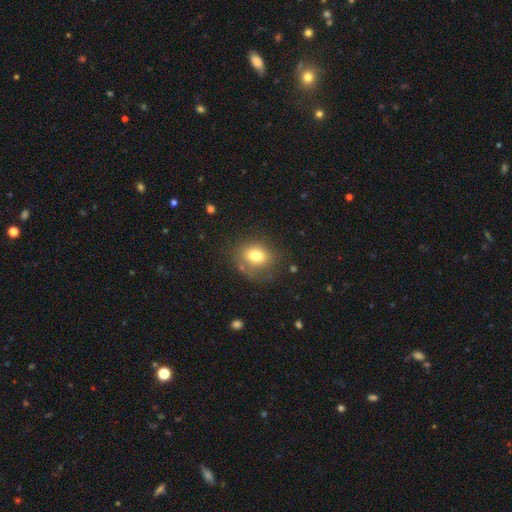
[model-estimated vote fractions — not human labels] Q: Smooth or featured?
A: smooth (74%); runner-up: featured or disk (15%)
Q: How rounded?
A: round (51%); runner-up: in between (48%)
Q: Merging?
A: none (67%); runner-up: minor disturbance (20%)